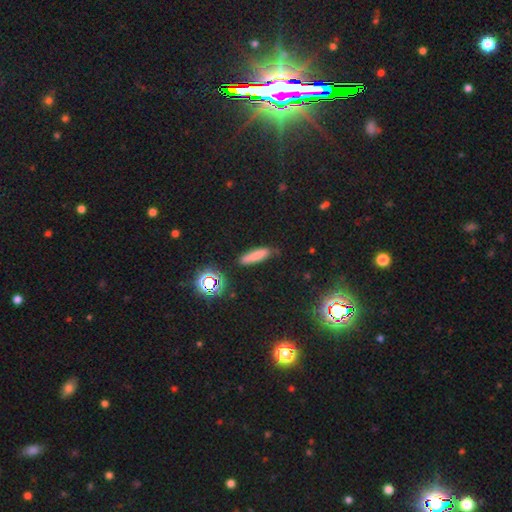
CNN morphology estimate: Smooth or featured: smooth — 75% (star or artifact — 13%)
How rounded: cigar-shaped — 72% (in between — 25%)
Merging: none — 74% (minor disturbance — 19%)